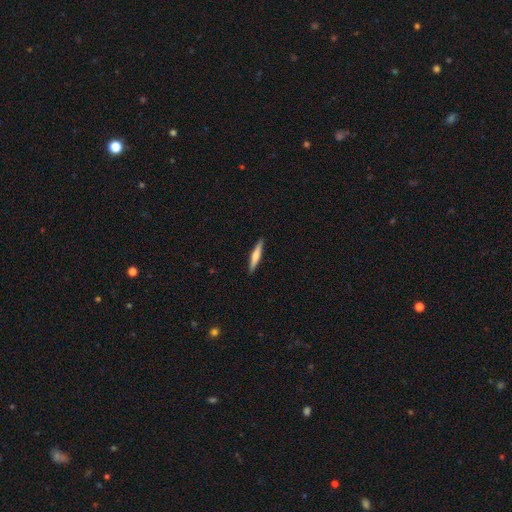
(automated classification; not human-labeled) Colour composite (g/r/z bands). It shows a smooth galaxy with no disk features (53%) that is cigar-shaped (91%). Merging: none (91%).